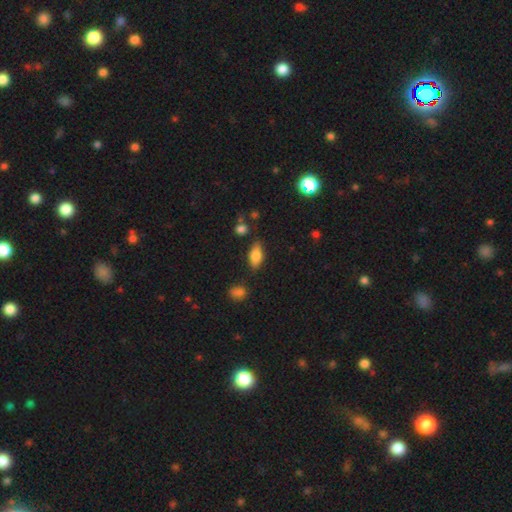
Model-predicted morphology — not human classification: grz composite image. It shows a smooth galaxy with no disk features (68%) that is in between round and cigar-shaped (80%). Merging: none (79%).